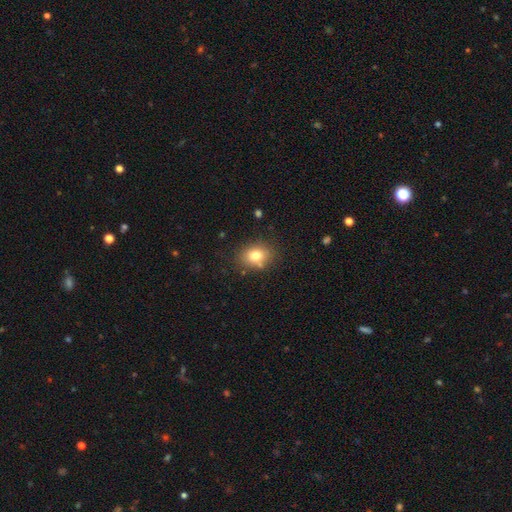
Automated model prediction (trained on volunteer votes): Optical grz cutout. It shows a smooth galaxy with no disk features (78%) that is in between round and cigar-shaped (51%). Merging: none (78%).